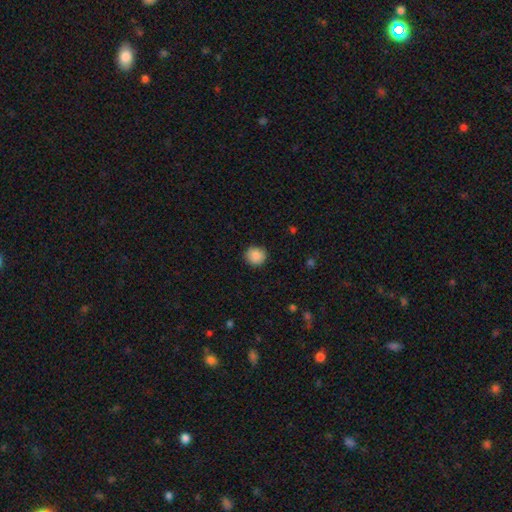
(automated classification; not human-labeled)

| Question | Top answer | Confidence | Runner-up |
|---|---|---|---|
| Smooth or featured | smooth | 89% | star or artifact (8%) |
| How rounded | round | 92% | in between (8%) |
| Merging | none | 90% | minor disturbance (7%) |